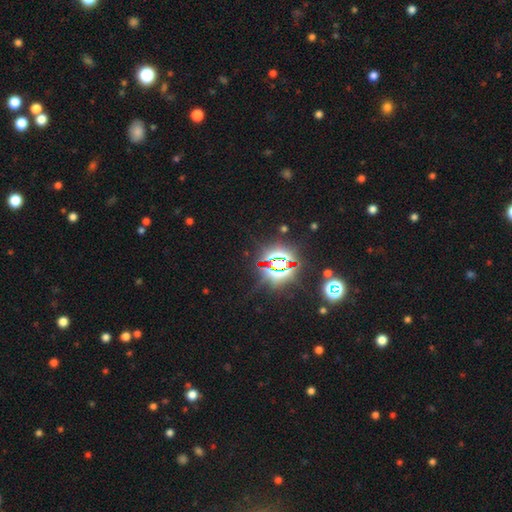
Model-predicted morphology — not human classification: Smooth or featured: star or artifact — 84% (smooth — 10%)